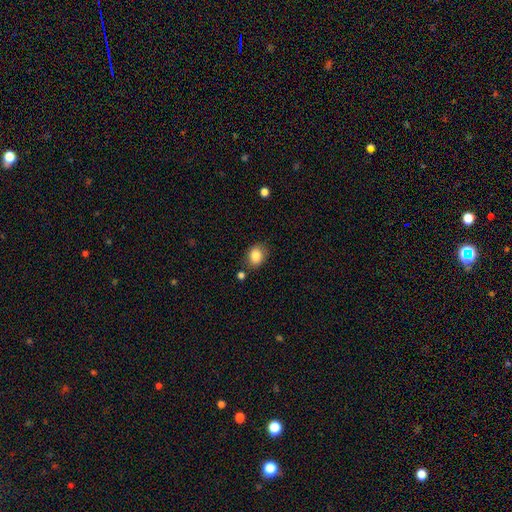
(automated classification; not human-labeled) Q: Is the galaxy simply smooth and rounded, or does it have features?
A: smooth — 85%.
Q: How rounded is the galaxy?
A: in between — 56%.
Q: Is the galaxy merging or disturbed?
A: none — 76%.